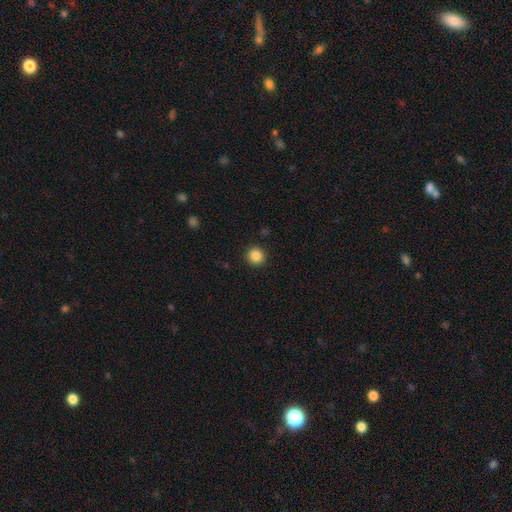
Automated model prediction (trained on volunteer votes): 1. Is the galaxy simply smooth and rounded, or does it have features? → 86% smooth, 10% star or artifact, 3% featured or disk.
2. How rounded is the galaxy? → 94% round, 5% in between, 1% cigar-shaped.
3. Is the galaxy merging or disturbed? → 92% none, 5% minor disturbance, 2% major disturbance, 1% merger.